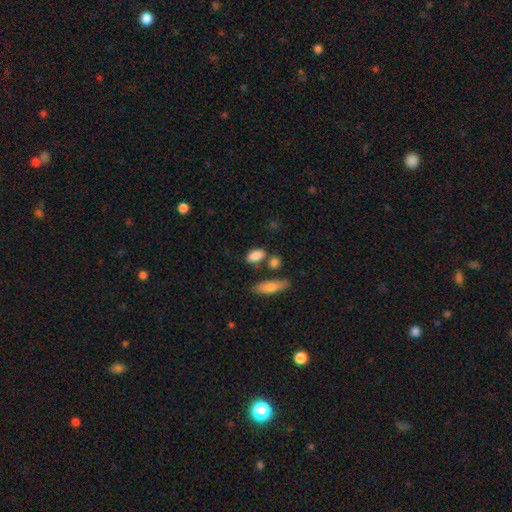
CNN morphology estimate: A smooth galaxy with no disk features (86%) that is in between round and cigar-shaped (84%). Merging: none (66%).